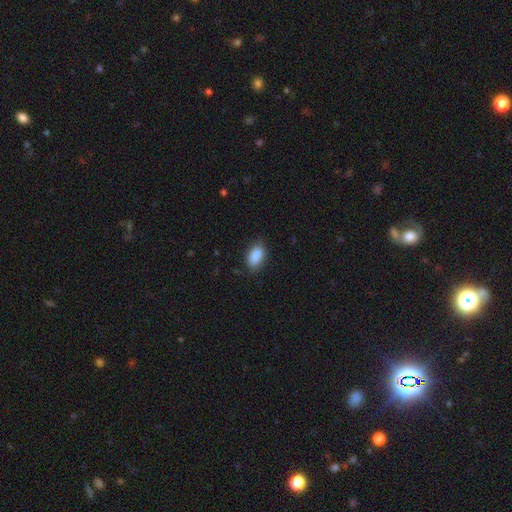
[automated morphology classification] smooth 89%, star or artifact 7%, featured or disk 4%. Down the decision tree: how rounded — in between (91%); merging — none (83%).